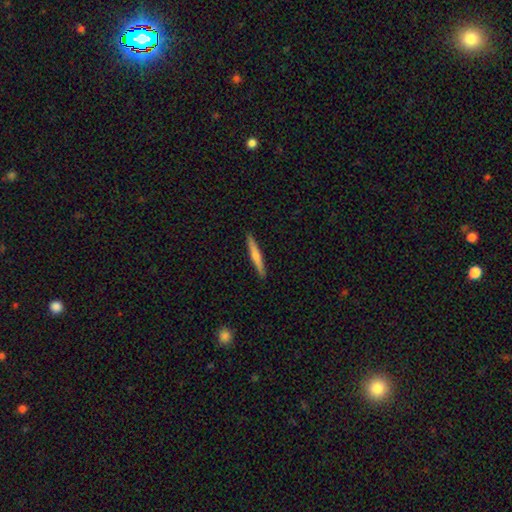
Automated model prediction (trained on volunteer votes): A smooth galaxy with no disk features (48%). Merging: none (92%).